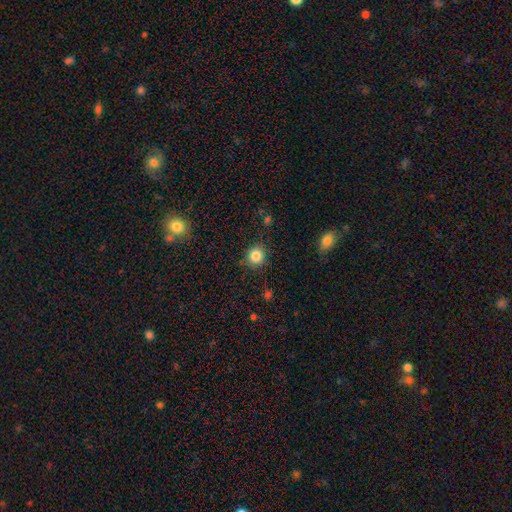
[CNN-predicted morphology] Smooth or featured: smooth — 84% (star or artifact — 11%)
How rounded: round — 89% (in between — 10%)
Merging: none — 87% (minor disturbance — 9%)